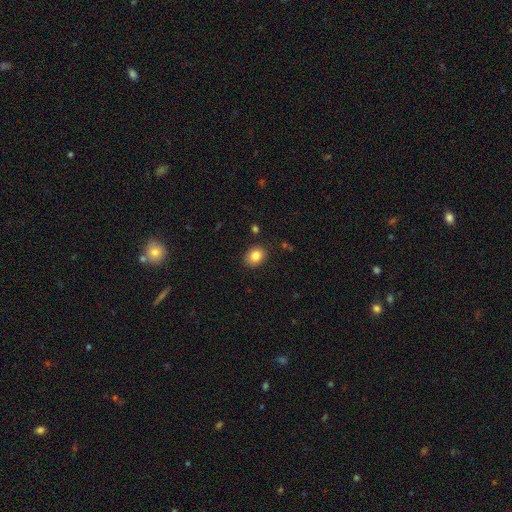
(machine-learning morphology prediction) smooth_or_featured: smooth (p=0.83) [alt: star or artifact p=0.10]
how_rounded: round (p=0.52) [alt: in between p=0.47]
merging: none (p=0.87) [alt: minor disturbance p=0.09]